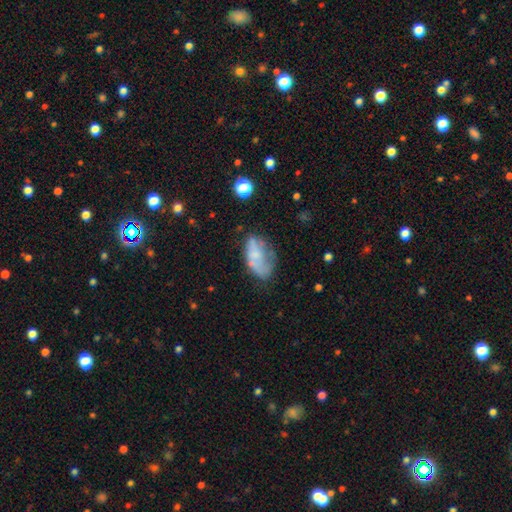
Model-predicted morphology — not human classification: type=smooth (53%); roundness=in between (90%); merging=none (38%).